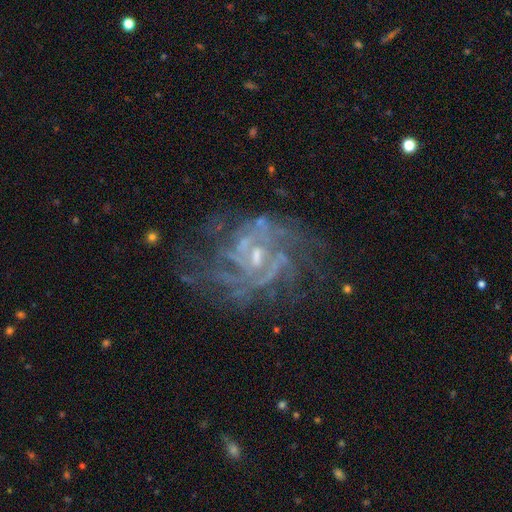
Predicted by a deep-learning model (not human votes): Smooth or featured: featured or disk — 86% (star or artifact — 9%)
Edge-on disk: no — 97% (yes — 3%)
Bar: weak — 47% (no — 42%)
Spiral arms: yes — 91% (no — 9%)
Spiral winding: tight — 47% (medium — 40%)
Spiral arm count: can't tell — 35% (2 — 18%)
Bulge size: small — 56% (moderate — 32%)
Merging: none — 60% (major disturbance — 19%)